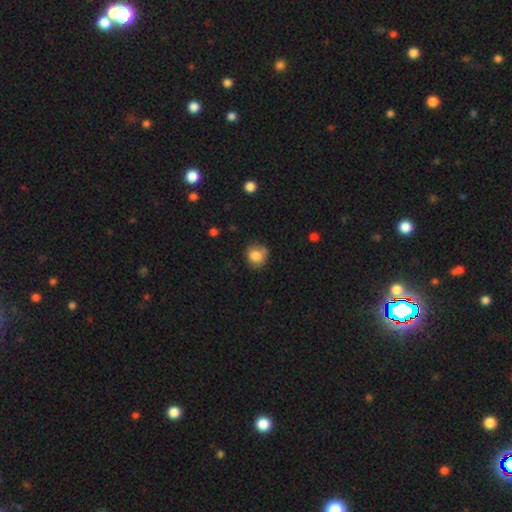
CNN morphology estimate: This appears to be a smooth galaxy with no disk features (82%) that is round (78%). Merging: none (64%).